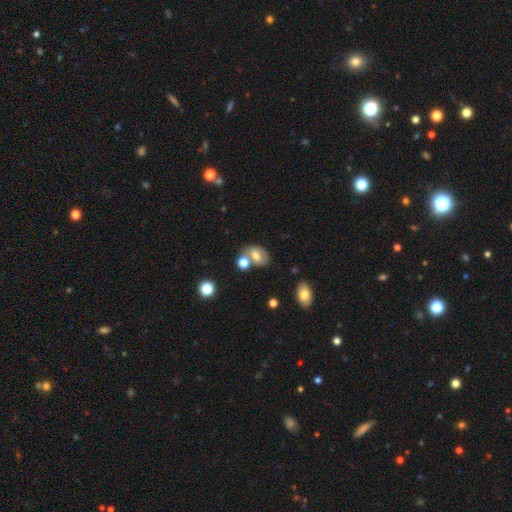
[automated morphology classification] Smooth or featured?
  - smooth: 62% *
  - featured or disk: 27%
  - star or artifact: 11%
How rounded?
  - in between: 72% *
  - round: 26%
  - cigar-shaped: 2%
Merging?
  - none: 52% *
  - merger: 29%
  - minor disturbance: 14%
  - major disturbance: 5%